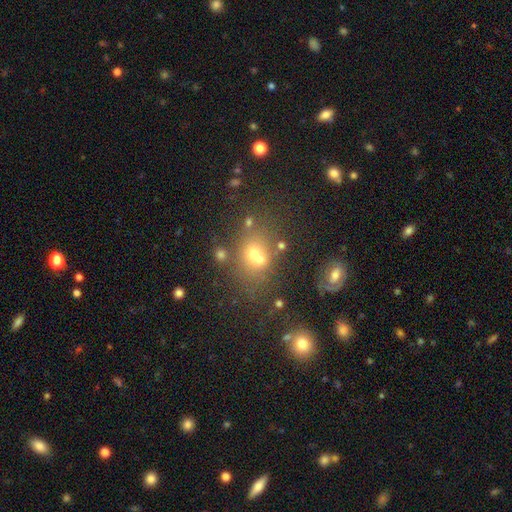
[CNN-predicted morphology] A smooth galaxy with no disk features (58%) that is round (60%).

Vote fractions:
- Smooth or featured? smooth: 58% / star or artifact: 23% / featured or disk: 19%
- How rounded? round: 60% / in between: 39% / cigar-shaped: 2%
- Merging? none: 45% / merger: 36% / minor disturbance: 12% / major disturbance: 7%